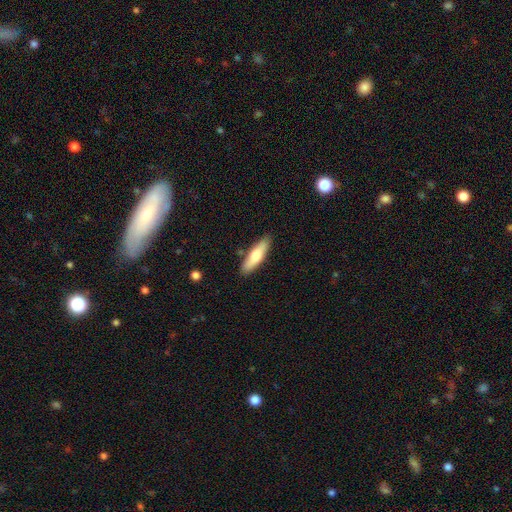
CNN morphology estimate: Smooth or featured? Predicted: smooth (p=0.67). How rounded? Predicted: cigar-shaped (p=0.61). Merging? Predicted: none (p=0.85).